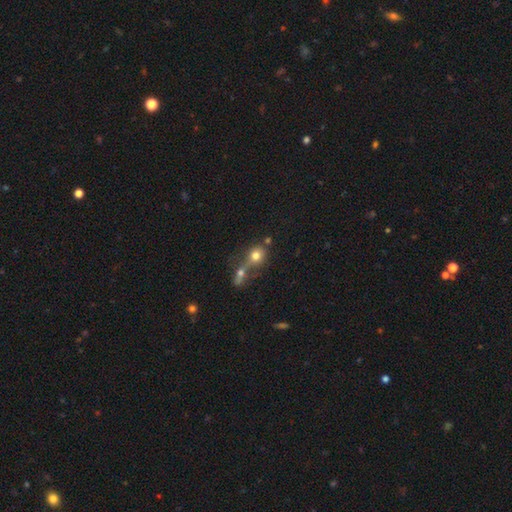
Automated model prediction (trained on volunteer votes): Smooth or featured? Predicted: smooth (p=0.74). How rounded? Predicted: round (p=0.73). Merging? Predicted: merger (p=0.51).